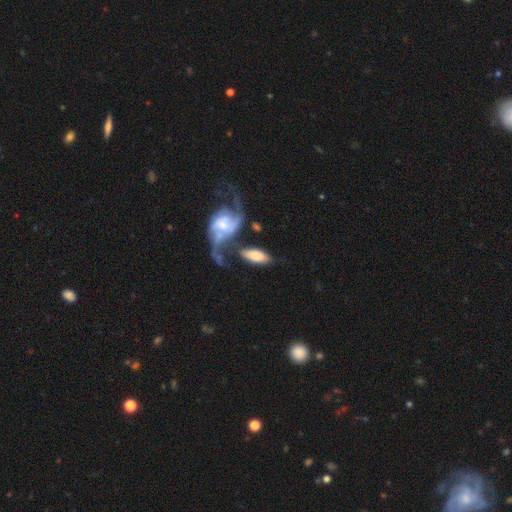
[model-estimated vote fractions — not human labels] Overall: smooth (64%; featured or disk 30%). How rounded: in between (86%). Merging: none (42%; merger 27%).